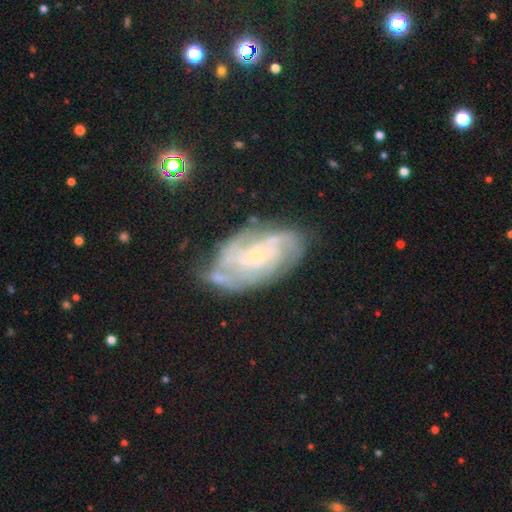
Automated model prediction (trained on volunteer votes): Smooth or featured? featured or disk (81%)
Edge-on disk? no (96%)
Bar? no (67%)
Spiral arms? yes (93%)
Spiral winding? tight (56%)
Spiral arm count? can't tell (33%)
Bulge size? small (76%)
Merging? none (63%)